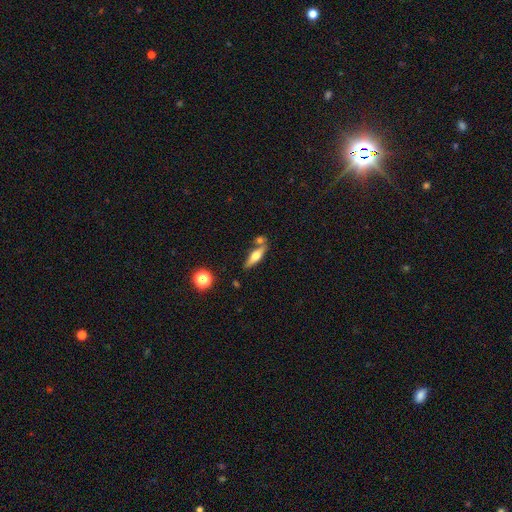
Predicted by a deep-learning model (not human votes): This appears to be a featured or disk galaxy (51%) viewed edge-on (91%). Merging: none (68%).